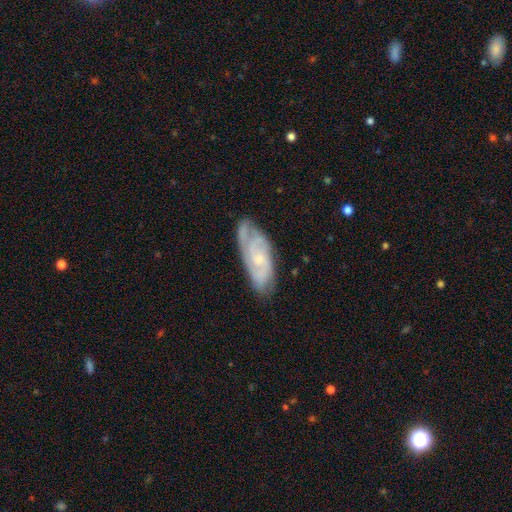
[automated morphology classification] This appears to be a featured or disk galaxy (70%) with no bar (70%), tight (63%) spiral arms (90%) and a small central bulge (70%). Merging: none (76%).